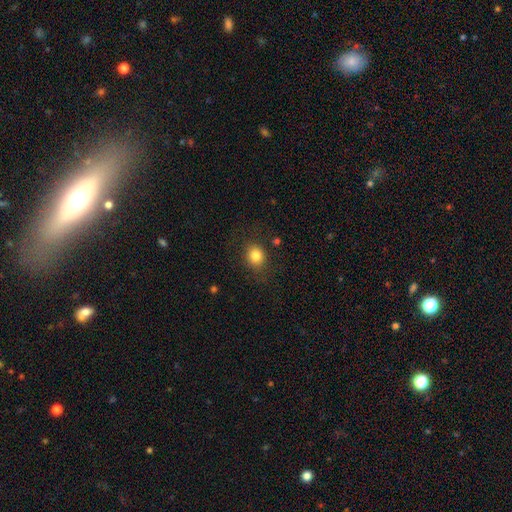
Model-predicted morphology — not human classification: smooth 82%, star or artifact 11%, featured or disk 7%. Down the decision tree: how rounded — round (70%); merging — none (82%).